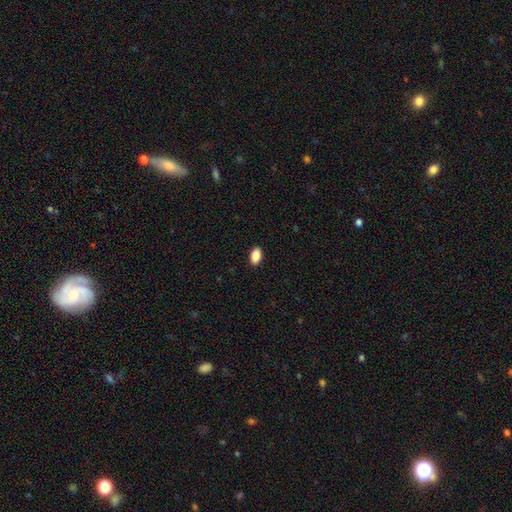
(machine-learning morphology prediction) A smooth galaxy with no disk features (88%) that is in between round and cigar-shaped (91%). Merging: none (90%).